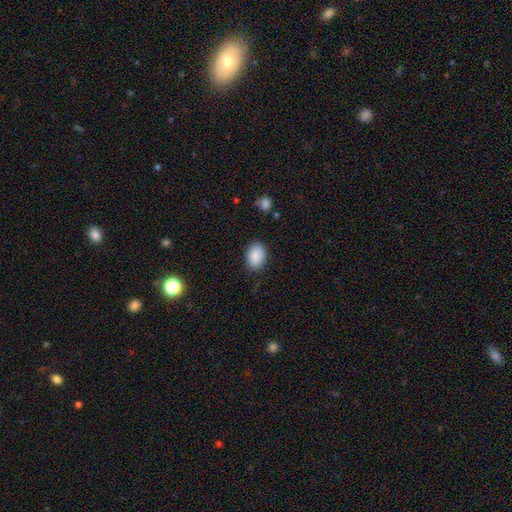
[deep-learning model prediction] Morphology: type=smooth (89%); roundness=in between (80%); merging=none (83%).